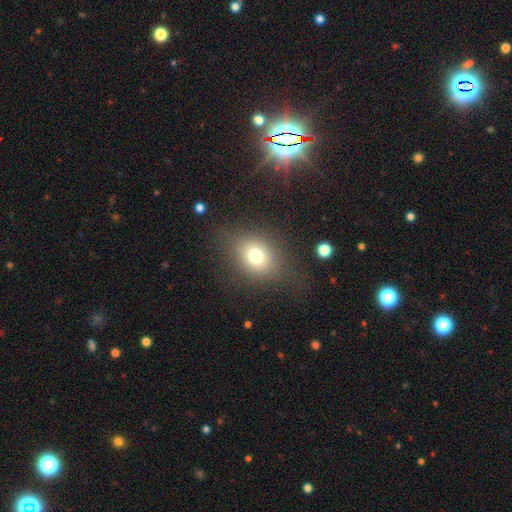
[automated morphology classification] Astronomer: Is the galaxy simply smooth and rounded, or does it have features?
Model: smooth — 70%.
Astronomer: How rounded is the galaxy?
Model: round — 50% (runner-up: in between, 49%).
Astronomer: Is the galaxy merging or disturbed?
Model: none — 76%.